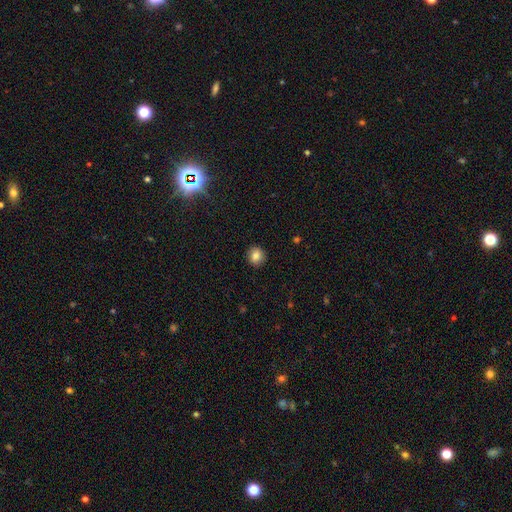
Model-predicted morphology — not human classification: This appears to be a smooth galaxy with no disk features (83%) that is round (86%). Merging: none (91%).